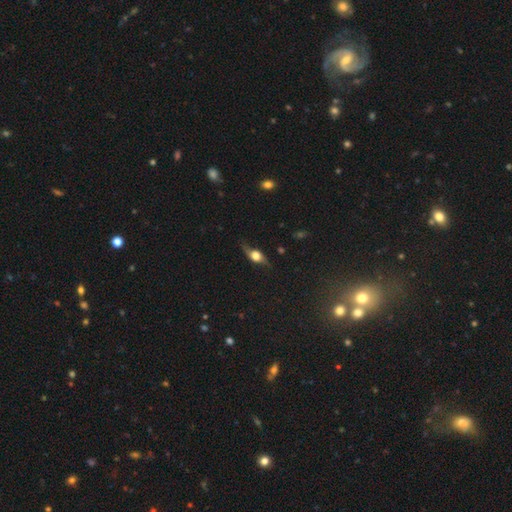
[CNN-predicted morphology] A featured or disk galaxy (63%) viewed edge-on (70%). Merging: none (73%).